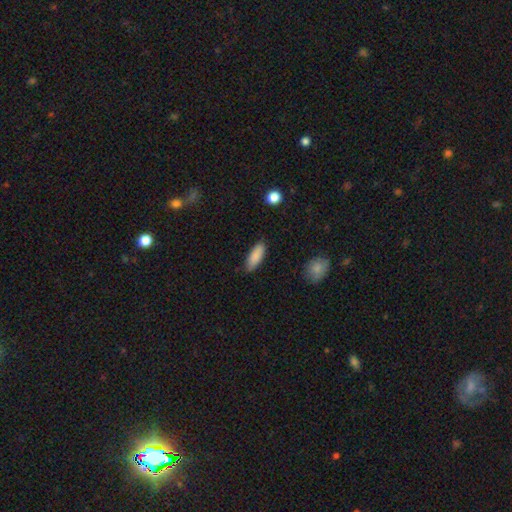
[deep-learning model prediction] This appears to be a smooth galaxy with no disk features (87%) that is in between round and cigar-shaped (70%). Merging: none (82%).